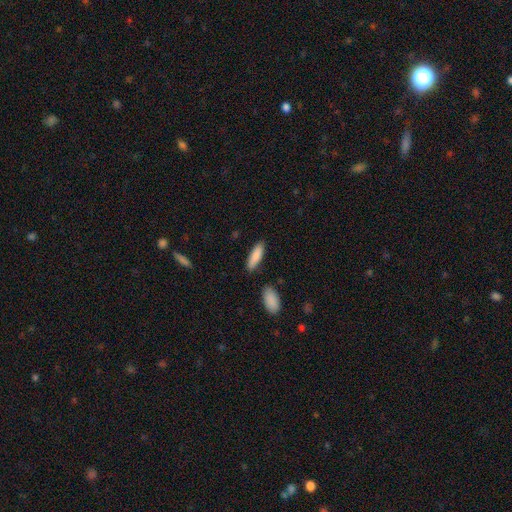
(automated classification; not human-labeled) A smooth galaxy with no disk features (87%) that is cigar-shaped (53%). Merging: none (82%).